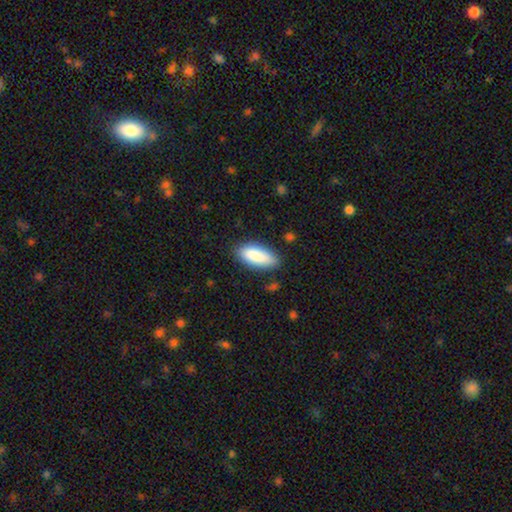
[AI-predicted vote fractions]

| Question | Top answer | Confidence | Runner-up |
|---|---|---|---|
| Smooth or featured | smooth | 87% | featured or disk (7%) |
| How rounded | in between | 79% | cigar-shaped (19%) |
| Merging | none | 80% | minor disturbance (15%) |